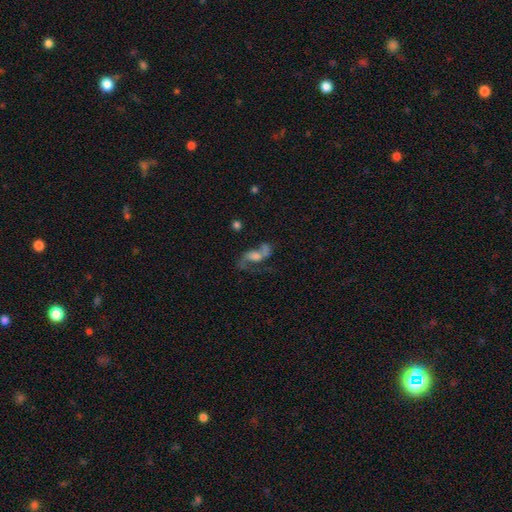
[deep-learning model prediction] This is likely a featured or disk galaxy (67%). It is clearly not viewed edge-on (94%). Bar: possibly no (53%). Spiral arm pattern: clearly yes (85%). Spiral arm count: likely 2 (80%). Spiral winding: likely loose (70%). Central bulge: marginally moderate (32%). Merging: marginally none (39%).